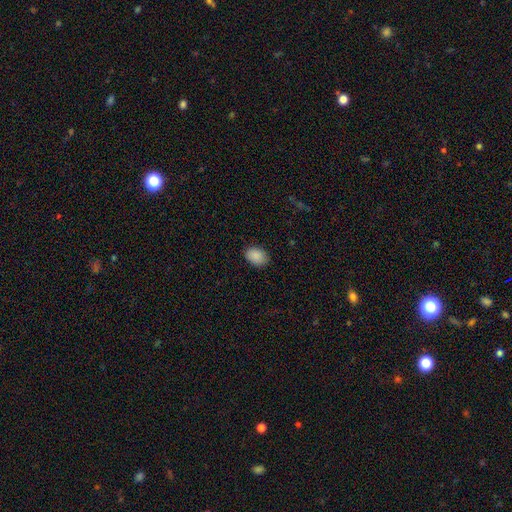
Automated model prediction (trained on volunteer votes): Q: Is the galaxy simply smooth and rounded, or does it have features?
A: smooth — 89%.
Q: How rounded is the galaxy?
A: in between — 77%.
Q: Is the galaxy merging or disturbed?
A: none — 86%.